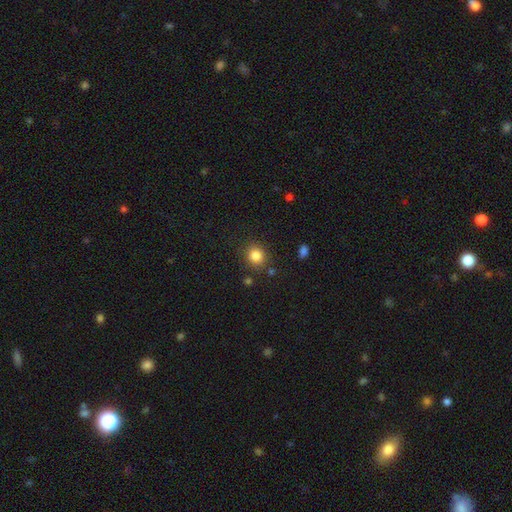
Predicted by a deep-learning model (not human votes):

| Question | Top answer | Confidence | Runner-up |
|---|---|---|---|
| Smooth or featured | smooth | 84% | star or artifact (11%) |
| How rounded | round | 81% | in between (18%) |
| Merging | none | 84% | minor disturbance (9%) |